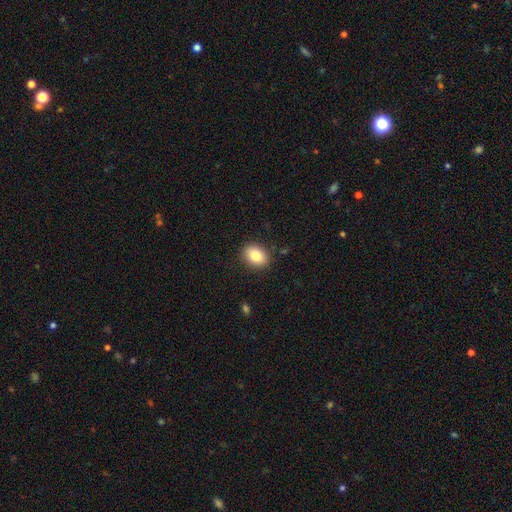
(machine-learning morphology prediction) Q: Smooth or featured?
A: smooth (83%); runner-up: featured or disk (9%)
Q: How rounded?
A: in between (68%); runner-up: round (31%)
Q: Merging?
A: none (88%); runner-up: minor disturbance (9%)